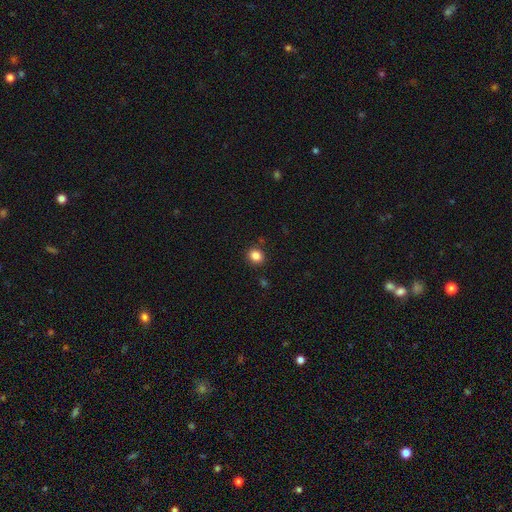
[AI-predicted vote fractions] A smooth galaxy with no disk features (85%) that is round (76%). Merging: none (89%).